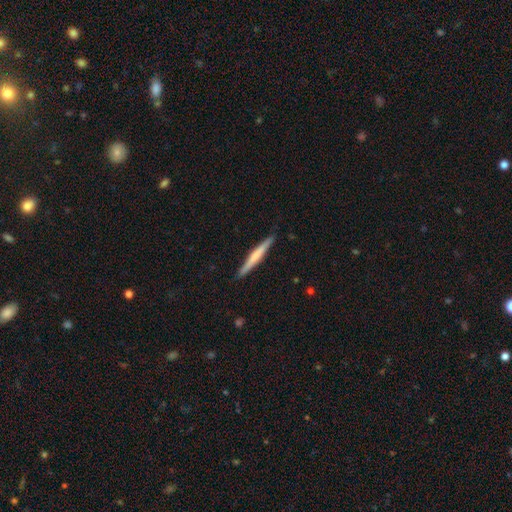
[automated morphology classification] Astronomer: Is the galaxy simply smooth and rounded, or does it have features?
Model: featured or disk — 48% (runner-up: smooth, 47%).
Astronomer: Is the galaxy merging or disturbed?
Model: none — 90%.